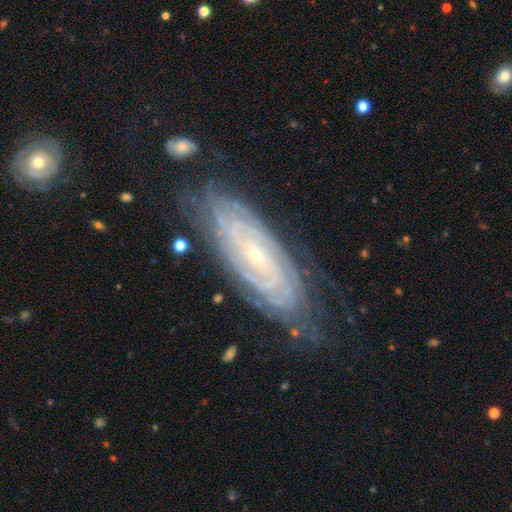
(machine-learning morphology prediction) Smooth or featured: featured or disk — 88% (smooth — 6%)
Edge-on disk: no — 91% (yes — 9%)
Bar: no — 56% (weak — 32%)
Spiral arms: yes — 97% (no — 3%)
Spiral winding: tight — 83% (medium — 14%)
Spiral arm count: can't tell — 32% (2 — 27%)
Bulge size: small — 78% (moderate — 18%)
Merging: none — 73% (minor disturbance — 19%)